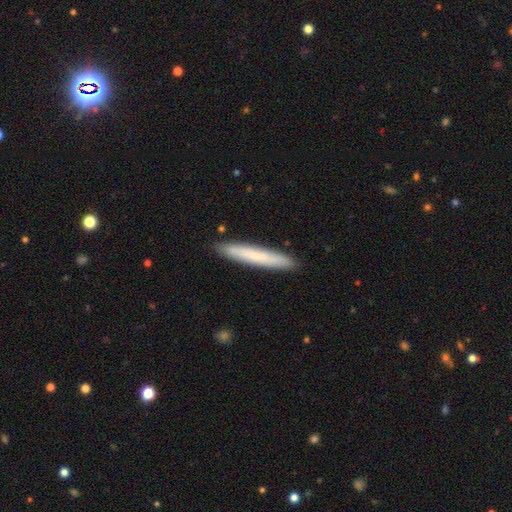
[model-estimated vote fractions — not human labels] This appears to be a smooth galaxy with no disk features (70%) that is cigar-shaped (95%). Merging: none (90%).